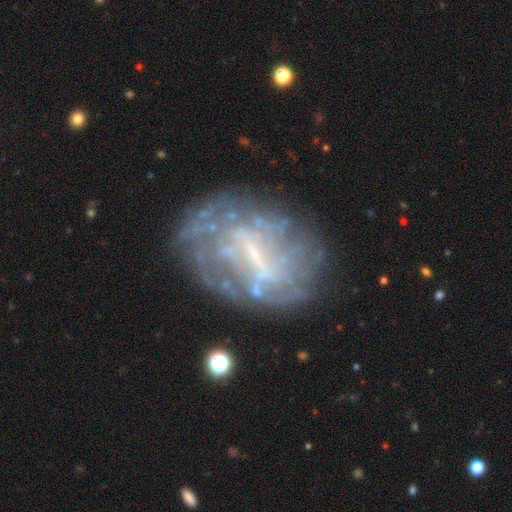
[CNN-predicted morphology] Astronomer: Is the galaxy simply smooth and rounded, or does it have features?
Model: featured or disk — 73%.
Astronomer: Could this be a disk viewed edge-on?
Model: no — 96%.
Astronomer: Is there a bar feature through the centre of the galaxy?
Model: weak — 44% (runner-up: strong, 33%).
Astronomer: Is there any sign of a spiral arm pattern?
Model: no — 56% (runner-up: yes, 44%).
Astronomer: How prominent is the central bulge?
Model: small — 43% (runner-up: none, 39%).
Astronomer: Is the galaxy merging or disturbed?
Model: none — 63%.